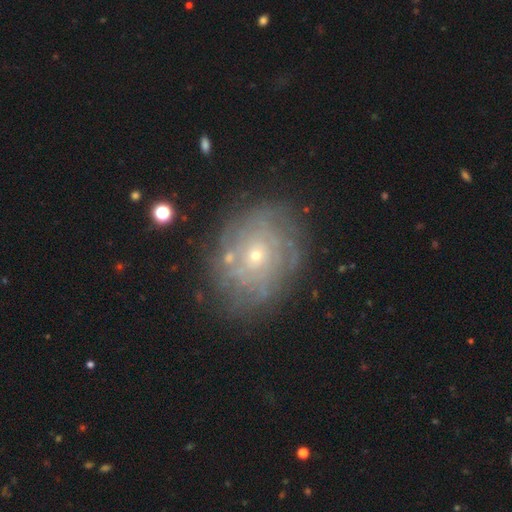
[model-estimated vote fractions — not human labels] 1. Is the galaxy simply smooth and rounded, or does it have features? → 75% featured or disk, 16% smooth, 8% star or artifact.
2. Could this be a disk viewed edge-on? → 97% no, 3% yes.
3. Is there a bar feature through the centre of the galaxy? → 84% no, 13% weak, 3% strong.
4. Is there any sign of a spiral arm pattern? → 83% yes, 17% no.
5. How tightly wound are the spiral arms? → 75% tight, 18% medium, 7% loose.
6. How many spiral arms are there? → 53% can't tell, 13% more than 4, 12% 4, 9% 3, 8% 2, 5% 1.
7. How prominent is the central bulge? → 77% small, 19% moderate, 1% large, 1% none, 1% dominant.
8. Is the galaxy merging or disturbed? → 76% none, 15% minor disturbance, 7% major disturbance, 3% merger.